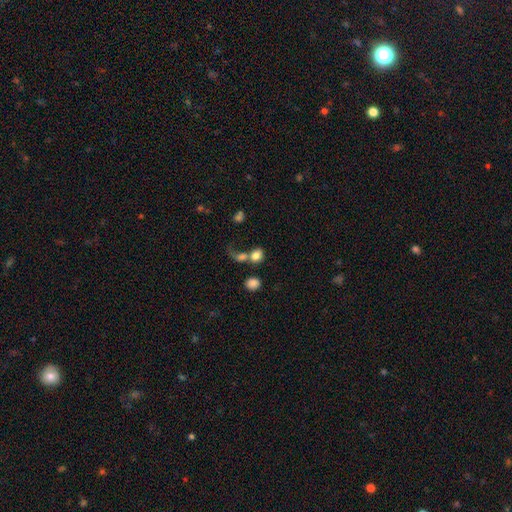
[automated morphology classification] smooth_or_featured: smooth (p=0.79) [alt: featured or disk p=0.11]
how_rounded: round (p=0.58) [alt: in between p=0.41]
merging: merger (p=0.47) [alt: none p=0.30]